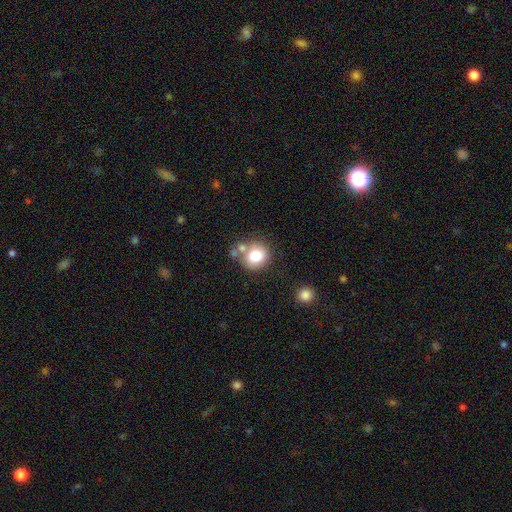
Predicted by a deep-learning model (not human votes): Overall: smooth (78%). How rounded: round (81%). Merging: none (60%; merger 21%).